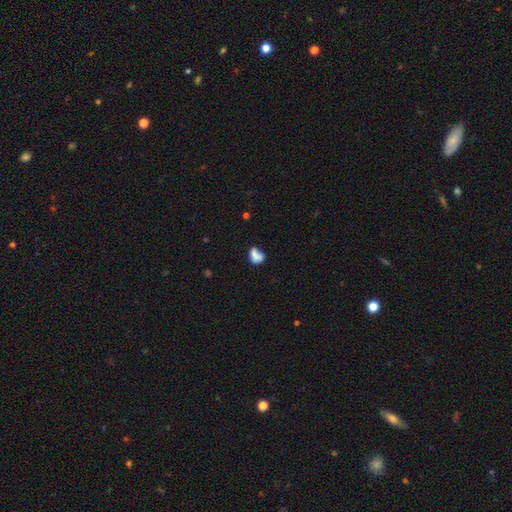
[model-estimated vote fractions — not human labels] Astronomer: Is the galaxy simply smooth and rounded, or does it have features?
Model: smooth — 70%.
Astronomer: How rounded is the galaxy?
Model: in between — 63%.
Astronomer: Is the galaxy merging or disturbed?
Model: merger — 36% (runner-up: none, 28%).